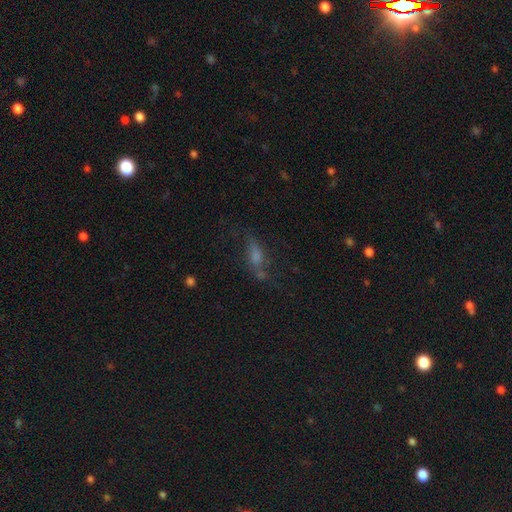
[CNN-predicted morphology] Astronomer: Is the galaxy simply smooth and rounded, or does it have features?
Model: smooth — 44% (runner-up: featured or disk, 32%).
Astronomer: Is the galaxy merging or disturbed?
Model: none — 52%.